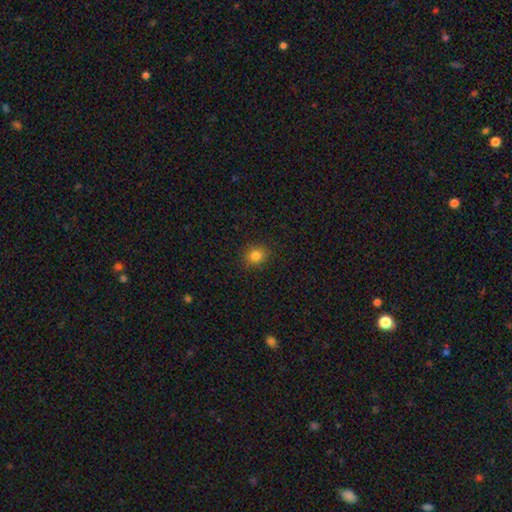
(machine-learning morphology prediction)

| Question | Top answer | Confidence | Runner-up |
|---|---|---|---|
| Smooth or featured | smooth | 83% | star or artifact (12%) |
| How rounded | round | 73% | in between (26%) |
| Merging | none | 89% | minor disturbance (8%) |